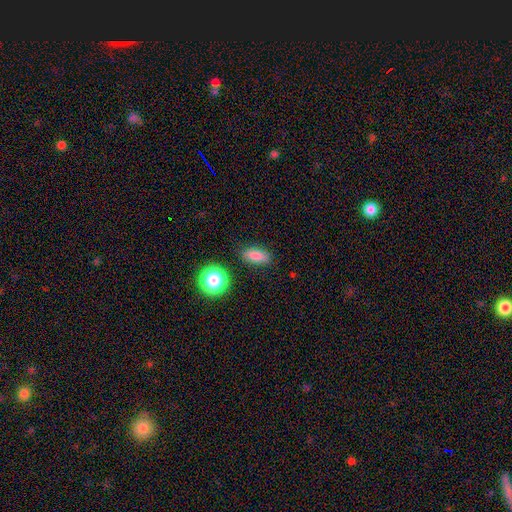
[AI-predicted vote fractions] smooth 81%, star or artifact 12%, featured or disk 7%. Down the decision tree: how rounded — in between (73%); merging — none (85%).